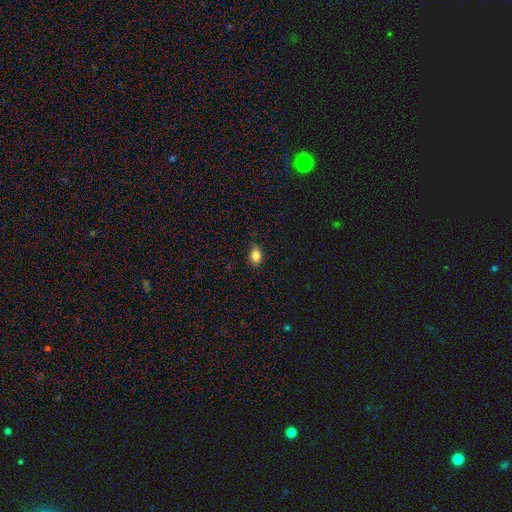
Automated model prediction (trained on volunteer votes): Smooth or featured?
  - smooth: 84% *
  - star or artifact: 10%
  - featured or disk: 6%
How rounded?
  - in between: 77% *
  - round: 22%
  - cigar-shaped: 2%
Merging?
  - none: 83% *
  - minor disturbance: 14%
  - major disturbance: 2%
  - merger: 1%